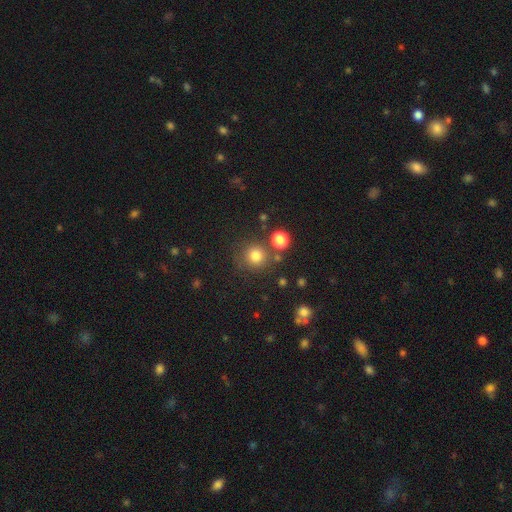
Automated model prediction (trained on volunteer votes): Smooth or featured? smooth (79%)
How rounded? round (92%)
Merging? none (77%)